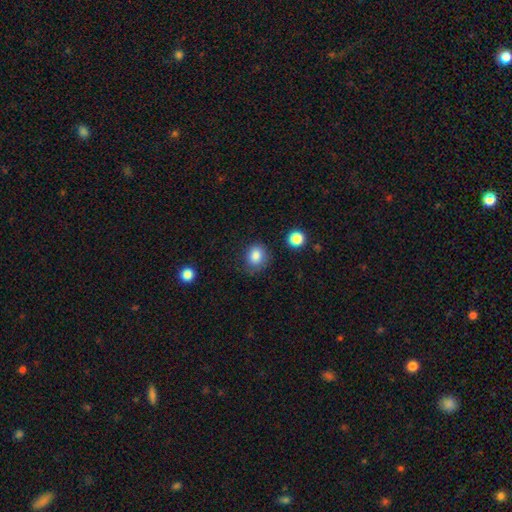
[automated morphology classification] Smooth or featured? smooth (84%)
How rounded? round (70%)
Merging? none (74%)